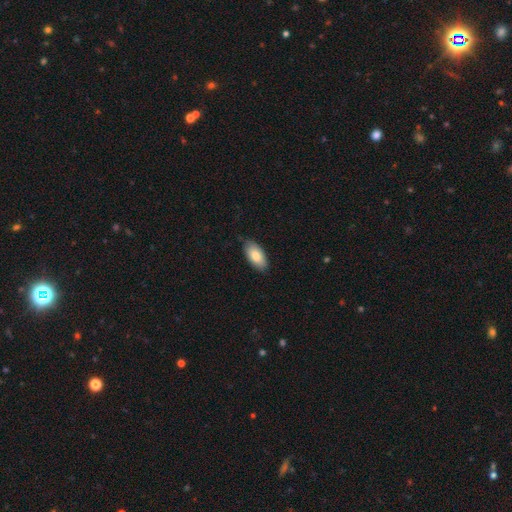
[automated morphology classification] Smooth or featured? Predicted: smooth (p=0.81). How rounded? Predicted: in between (p=0.93). Merging? Predicted: none (p=0.82).